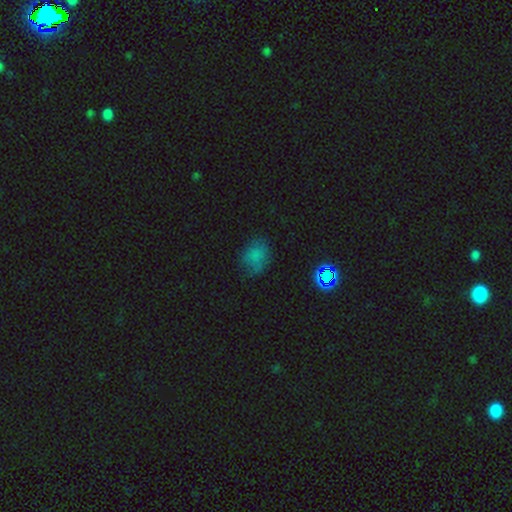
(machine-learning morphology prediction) Smooth or featured? smooth (69%)
How rounded? in between (53%)
Merging? none (63%)